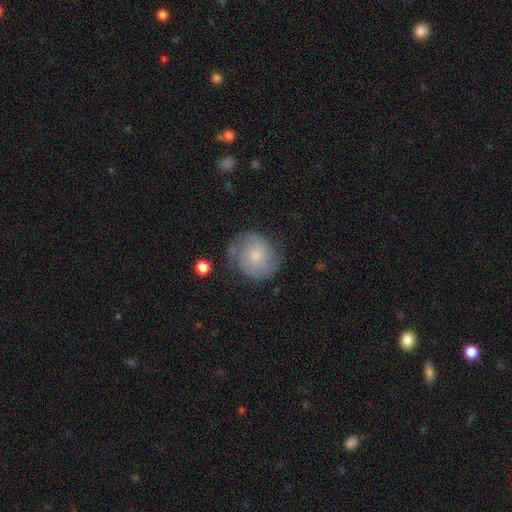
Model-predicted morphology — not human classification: Smooth or featured? Predicted: featured or disk (p=0.51). Edge-on disk? Predicted: no (p=0.97). Merging? Predicted: none (p=0.64).